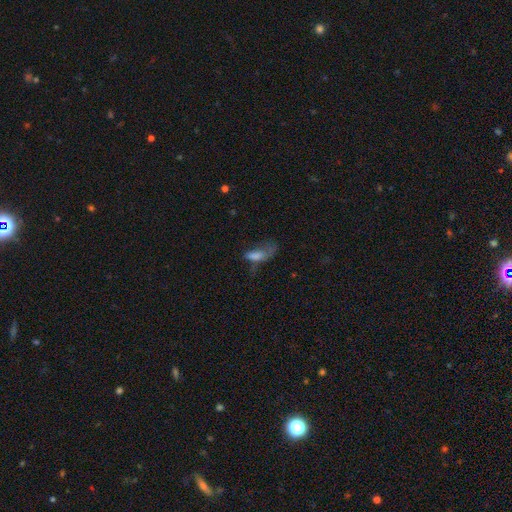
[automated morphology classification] smooth_or_featured: smooth (p=0.59) [alt: featured or disk p=0.26]
how_rounded: in between (p=0.67) [alt: cigar-shaped p=0.29]
merging: major disturbance (p=0.52) [alt: none p=0.22]